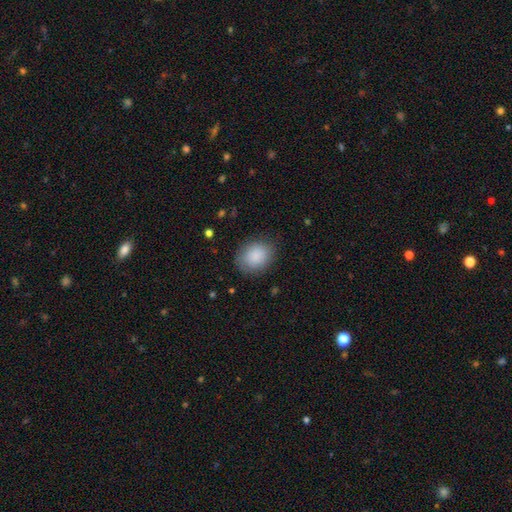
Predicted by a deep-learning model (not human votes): Smooth or featured? Predicted: smooth (p=0.87). How rounded? Predicted: round (p=0.55). Merging? Predicted: none (p=0.82).